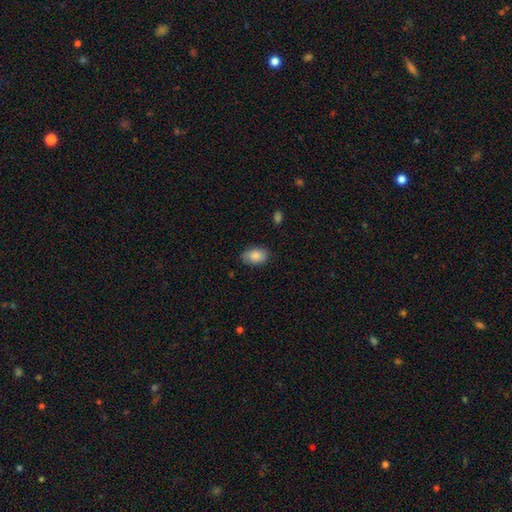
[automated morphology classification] type=smooth (86%); roundness=in between (88%); merging=none (80%).